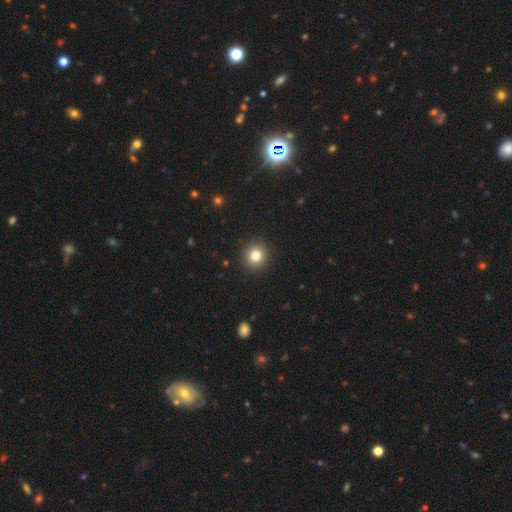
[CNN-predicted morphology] smooth_or_featured: smooth (p=0.81) [alt: star or artifact p=0.12]
how_rounded: round (p=0.92) [alt: in between p=0.07]
merging: none (p=0.92) [alt: minor disturbance p=0.05]